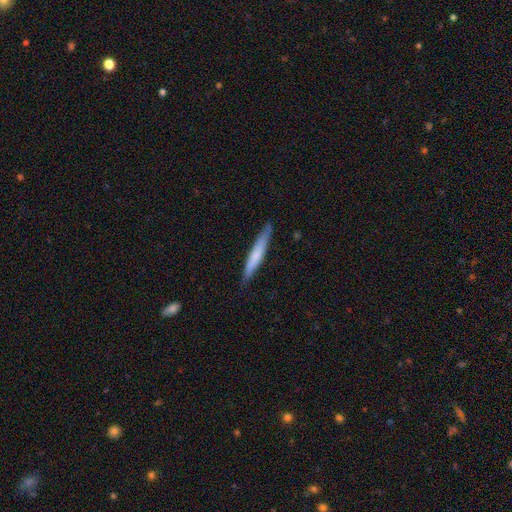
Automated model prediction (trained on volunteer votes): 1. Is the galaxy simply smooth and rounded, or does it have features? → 64% smooth, 31% featured or disk, 5% star or artifact.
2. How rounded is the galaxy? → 95% cigar-shaped, 4% in between, 1% round.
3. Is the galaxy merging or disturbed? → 86% none, 11% minor disturbance, 2% major disturbance, 1% merger.